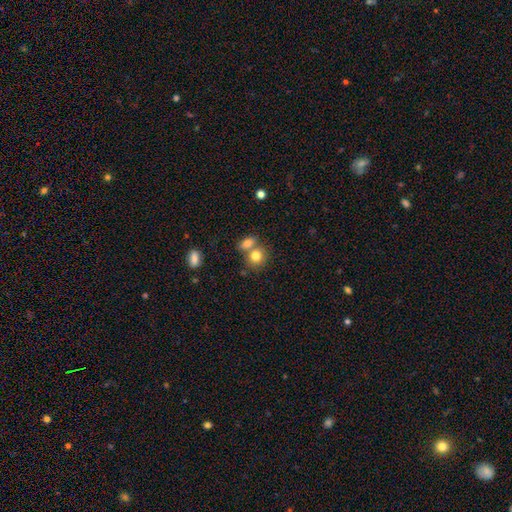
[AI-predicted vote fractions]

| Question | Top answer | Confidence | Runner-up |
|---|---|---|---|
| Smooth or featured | smooth | 81% | featured or disk (10%) |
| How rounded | round | 67% | in between (32%) |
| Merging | none | 45% | merger (43%) |